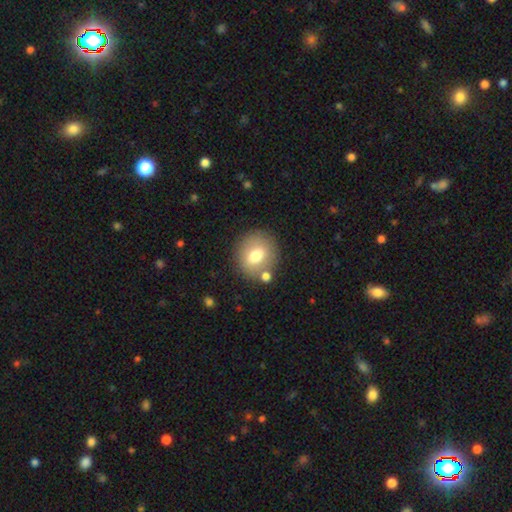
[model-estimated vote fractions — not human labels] Smooth or featured? Predicted: smooth (p=0.71). How rounded? Predicted: round (p=0.76). Merging? Predicted: none (p=0.76).